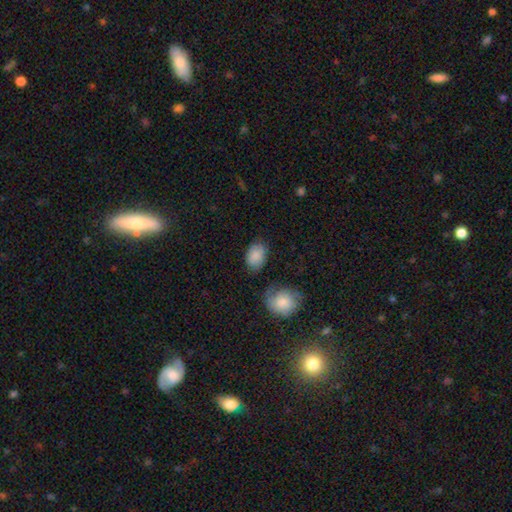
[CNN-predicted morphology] smooth 87%, star or artifact 7%, featured or disk 6%. Down the decision tree: how rounded — in between (82%); merging — none (70%).